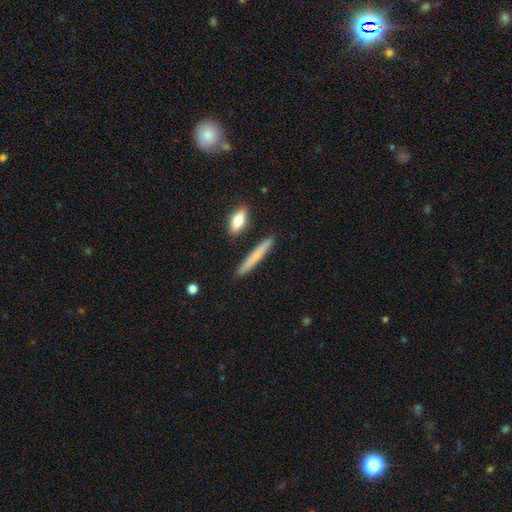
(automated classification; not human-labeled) smooth 70%, featured or disk 24%, star or artifact 6%. Down the decision tree: how rounded — cigar-shaped (94%); merging — none (89%).